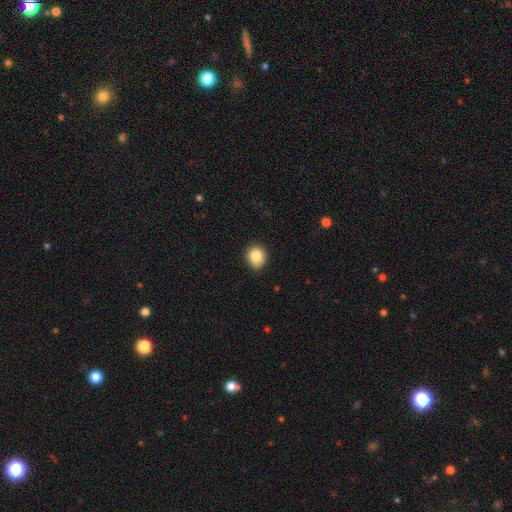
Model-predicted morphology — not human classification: Q: Smooth or featured?
A: smooth (85%); runner-up: star or artifact (10%)
Q: How rounded?
A: round (78%); runner-up: in between (21%)
Q: Merging?
A: none (83%); runner-up: minor disturbance (14%)